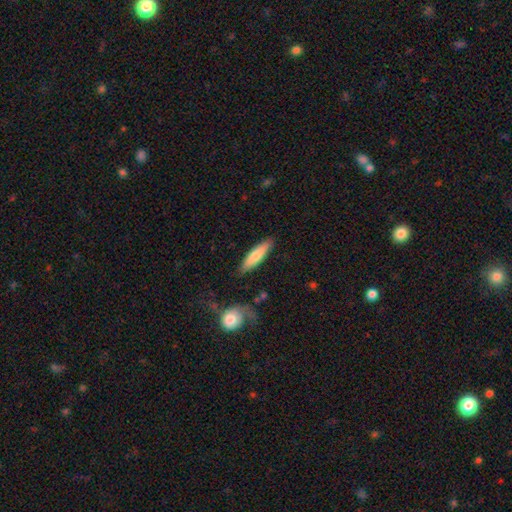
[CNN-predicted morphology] Smooth or featured? Predicted: smooth (p=0.73). How rounded? Predicted: cigar-shaped (p=0.76). Merging? Predicted: none (p=0.84).